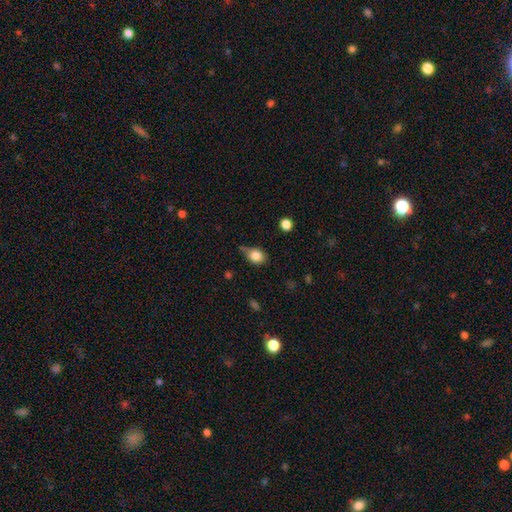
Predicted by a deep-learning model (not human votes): Morphology: type=smooth (82%); roundness=in between (56%); merging=none (53%).